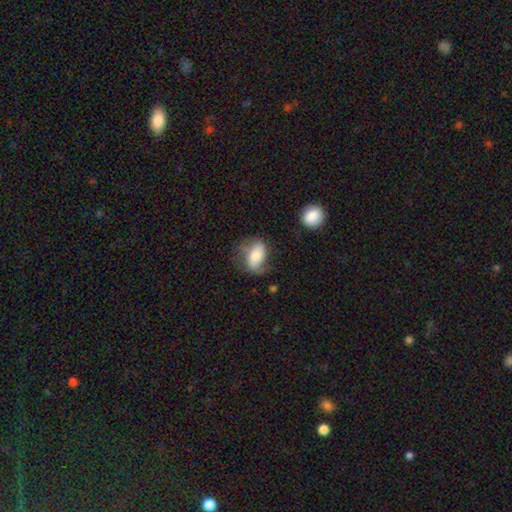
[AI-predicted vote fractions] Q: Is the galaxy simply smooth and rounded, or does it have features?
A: smooth — 61%.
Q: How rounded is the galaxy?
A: in between — 84%.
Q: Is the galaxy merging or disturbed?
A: none — 48%.